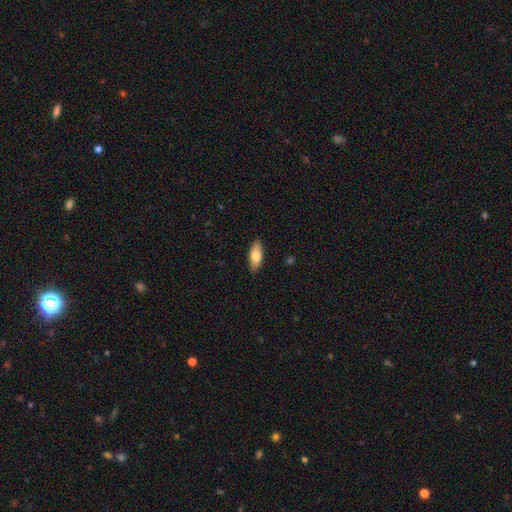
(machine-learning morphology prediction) A smooth galaxy with no disk features (82%) that is in between round and cigar-shaped (78%). Merging: none (88%).